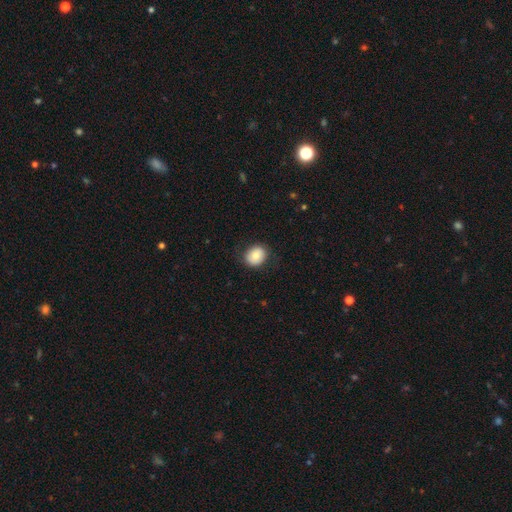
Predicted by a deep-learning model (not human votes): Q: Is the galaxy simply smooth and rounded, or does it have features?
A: smooth — 79%.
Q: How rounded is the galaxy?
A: round — 64%.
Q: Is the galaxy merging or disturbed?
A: none — 80%.